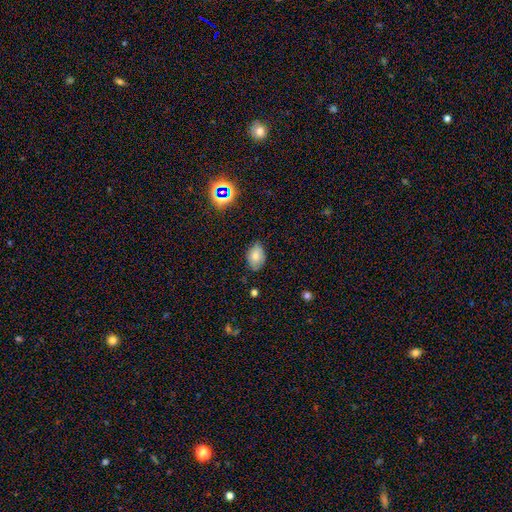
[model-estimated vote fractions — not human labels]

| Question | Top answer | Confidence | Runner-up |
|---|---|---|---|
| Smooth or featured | smooth | 75% | featured or disk (13%) |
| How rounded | in between | 84% | round (15%) |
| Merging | none | 74% | minor disturbance (22%) |